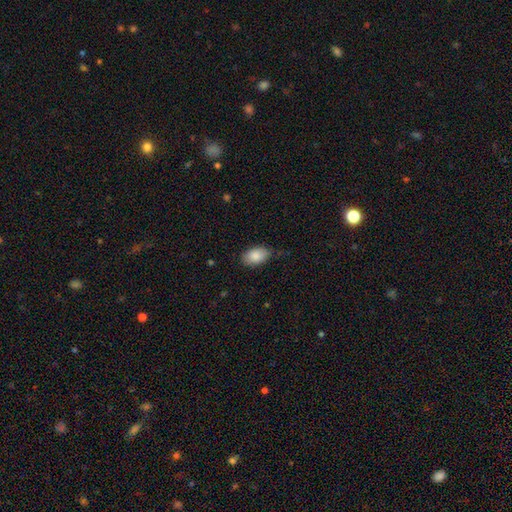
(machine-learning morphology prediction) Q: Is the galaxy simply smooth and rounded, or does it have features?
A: smooth — 88%.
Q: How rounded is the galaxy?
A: in between — 92%.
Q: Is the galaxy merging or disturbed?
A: none — 75%.